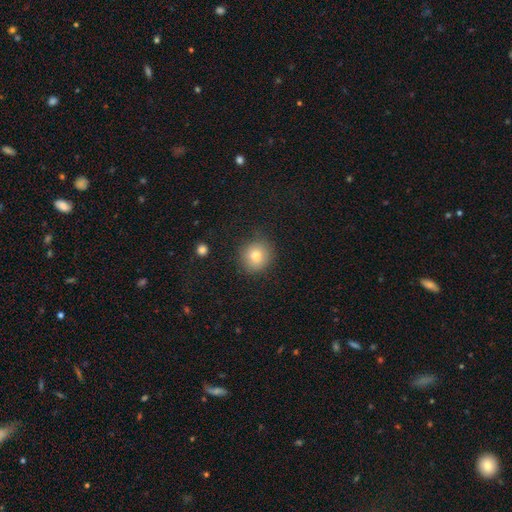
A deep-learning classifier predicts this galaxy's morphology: smooth_or_featured: smooth (p=0.77) [alt: star or artifact p=0.12]
how_rounded: round (p=0.89) [alt: in between p=0.10]
merging: none (p=0.84) [alt: minor disturbance p=0.11]